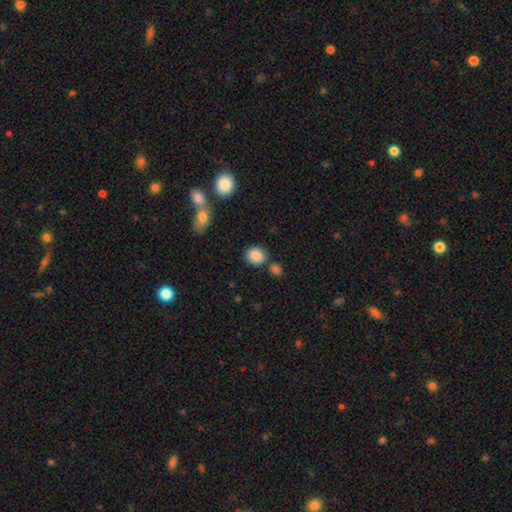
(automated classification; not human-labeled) Overall: smooth (87%). How rounded: round (69%; in between 30%). Merging: none (73%).